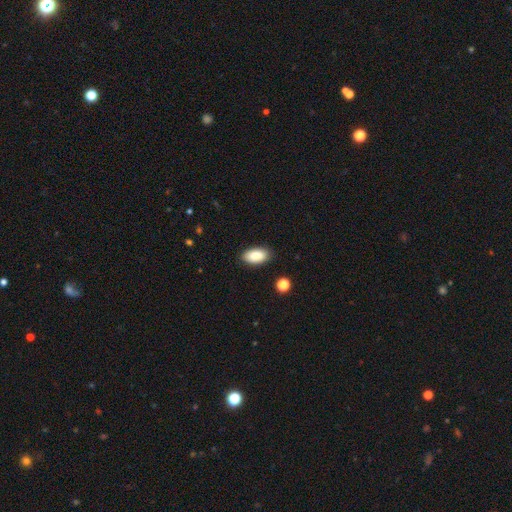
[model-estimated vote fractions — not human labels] Smooth or featured? smooth (87%)
How rounded? in between (94%)
Merging? none (87%)